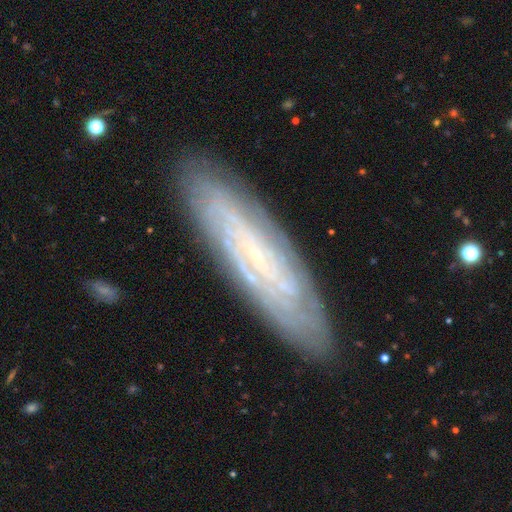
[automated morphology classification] Smooth or featured: featured or disk — 72% (smooth — 20%)
Edge-on disk: no — 68% (yes — 32%)
Merging: none — 85% (minor disturbance — 11%)